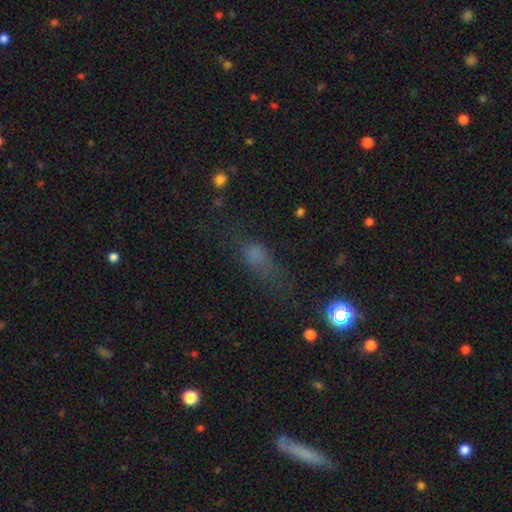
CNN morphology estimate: type=smooth (62%); roundness=in between (57%); merging=none (44%).